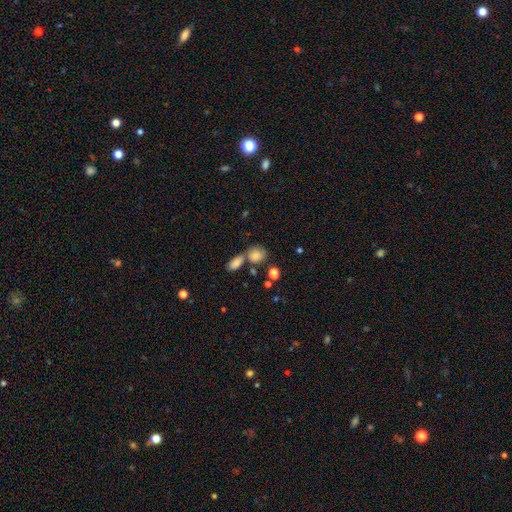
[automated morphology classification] Overall: smooth (80%). How rounded: round (53%; in between 44%). Merging: none (42%; merger 39%).